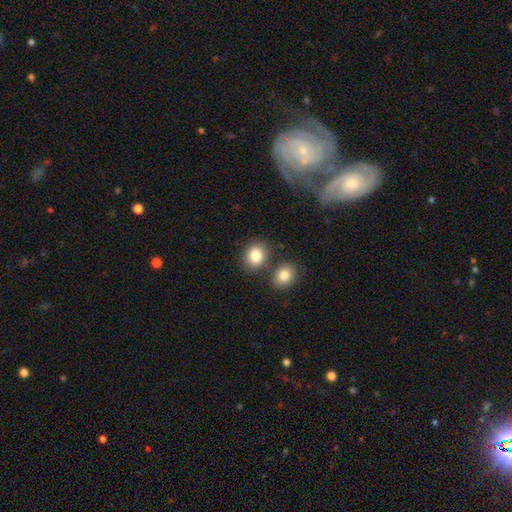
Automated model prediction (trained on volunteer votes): Q: Smooth or featured?
A: smooth (84%); runner-up: star or artifact (9%)
Q: How rounded?
A: round (59%); runner-up: in between (40%)
Q: Merging?
A: none (70%); runner-up: merger (18%)